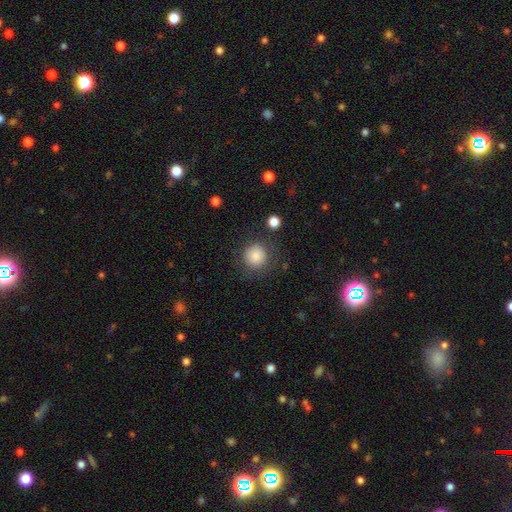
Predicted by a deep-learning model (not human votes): smooth_or_featured: smooth (p=0.84) [alt: star or artifact p=0.10]
how_rounded: round (p=0.93) [alt: in between p=0.07]
merging: none (p=0.80) [alt: minor disturbance p=0.12]